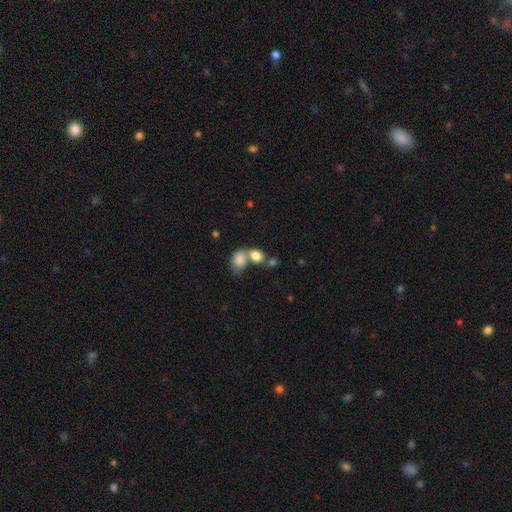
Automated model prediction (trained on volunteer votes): Morphology: type=smooth (82%); roundness=in between (62%); merging=merger (59%).